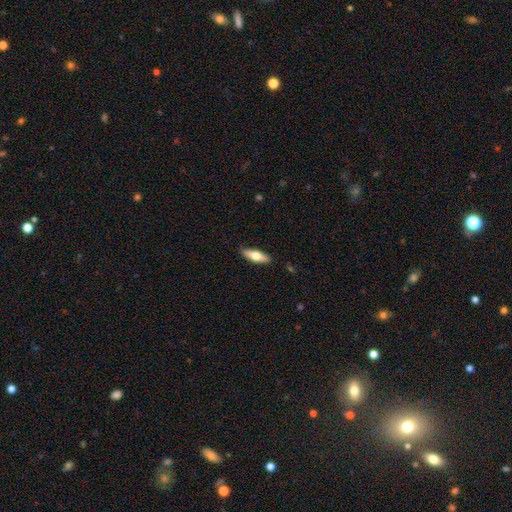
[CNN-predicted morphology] Q: Smooth or featured?
A: smooth (61%); runner-up: featured or disk (33%)
Q: How rounded?
A: in between (51%); runner-up: cigar-shaped (47%)
Q: Merging?
A: none (88%); runner-up: minor disturbance (9%)